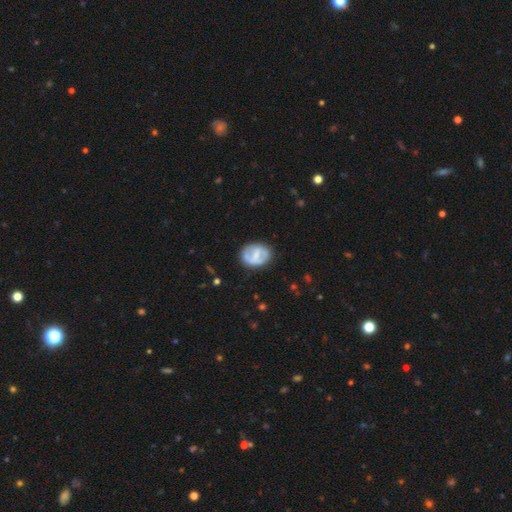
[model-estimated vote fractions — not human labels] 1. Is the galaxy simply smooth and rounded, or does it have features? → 51% featured or disk, 43% smooth, 7% star or artifact.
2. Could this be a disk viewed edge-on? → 96% no, 4% yes.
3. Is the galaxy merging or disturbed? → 73% none, 18% minor disturbance, 7% major disturbance, 2% merger.